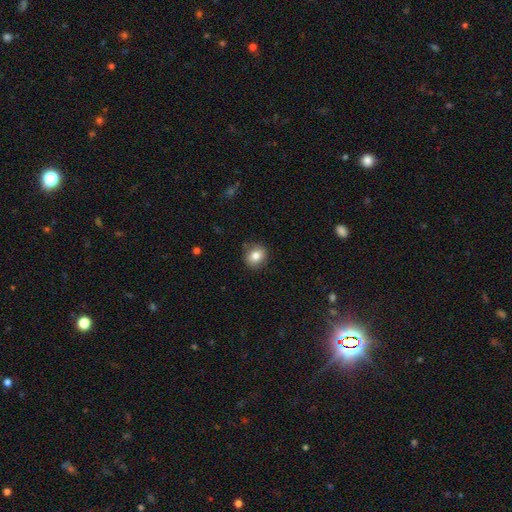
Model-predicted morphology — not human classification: This appears to be a smooth galaxy with no disk features (82%) that is round (76%). Merging: none (85%).